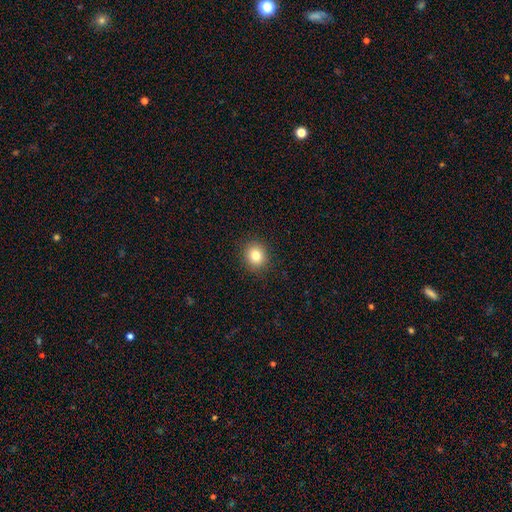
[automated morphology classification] This appears to be a smooth galaxy with no disk features (81%) that is round (81%). Merging: none (91%).